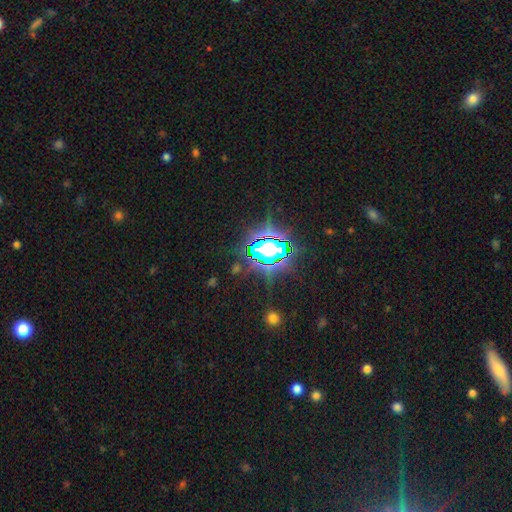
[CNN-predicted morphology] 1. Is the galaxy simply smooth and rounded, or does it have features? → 78% star or artifact, 13% smooth, 9% featured or disk.